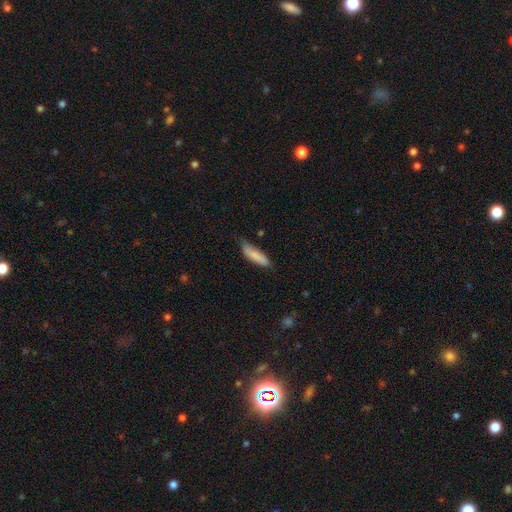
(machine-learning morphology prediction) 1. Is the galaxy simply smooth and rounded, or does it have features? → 83% smooth, 11% featured or disk, 6% star or artifact.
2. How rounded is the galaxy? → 52% cigar-shaped, 46% in between, 2% round.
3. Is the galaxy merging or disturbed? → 63% none, 29% minor disturbance, 5% major disturbance, 2% merger.